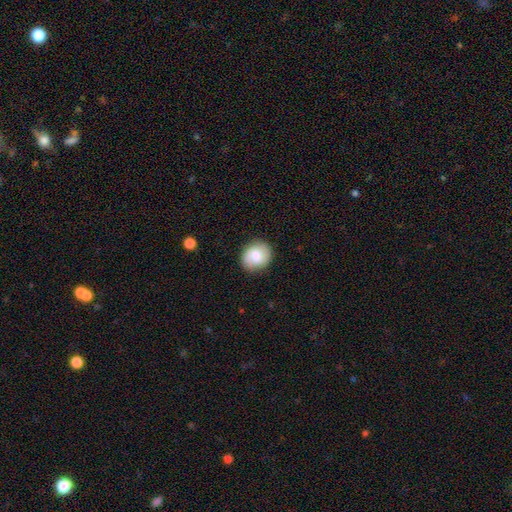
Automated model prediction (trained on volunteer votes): The model was most divided on "how rounded": round: 73%, in between: 26%, cigar-shaped: 1%. More confident: merging — none (86%); smooth or featured — smooth (73%).